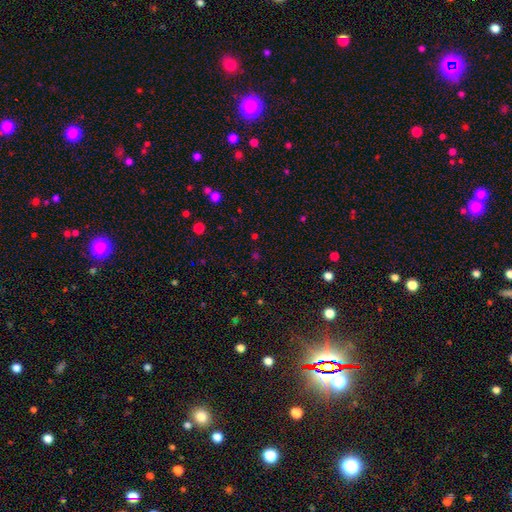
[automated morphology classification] This appears to be a star or artifact, not a galaxy (54%).